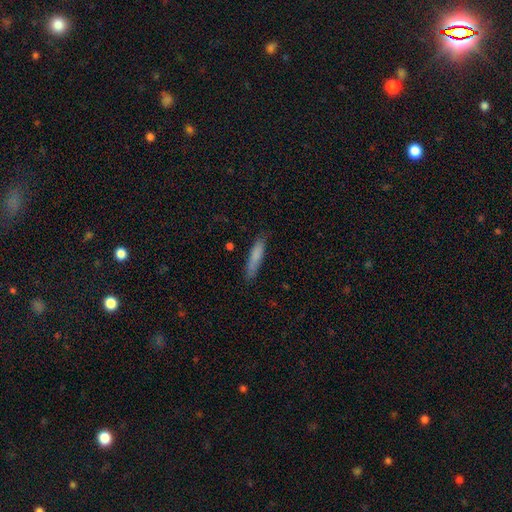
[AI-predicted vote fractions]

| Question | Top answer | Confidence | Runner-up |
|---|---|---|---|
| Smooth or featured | smooth | 78% | featured or disk (15%) |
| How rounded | cigar-shaped | 86% | in between (13%) |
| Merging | none | 78% | minor disturbance (17%) |